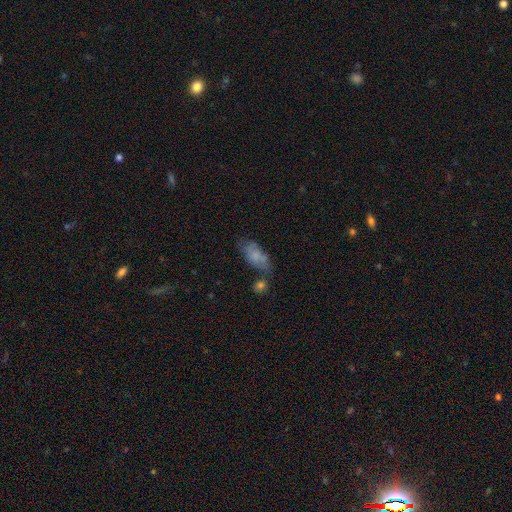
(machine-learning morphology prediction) Q: Smooth or featured?
A: smooth (71%); runner-up: featured or disk (21%)
Q: How rounded?
A: in between (85%); runner-up: cigar-shaped (11%)
Q: Merging?
A: none (45%); runner-up: minor disturbance (25%)